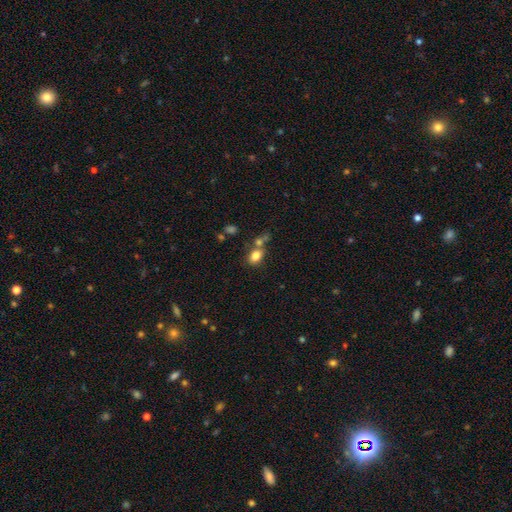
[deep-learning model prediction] The model was most divided on "merging": none: 53%, merger: 28%, minor disturbance: 14%, major disturbance: 6%. More confident: smooth or featured — smooth (81%); how rounded — in between (68%).